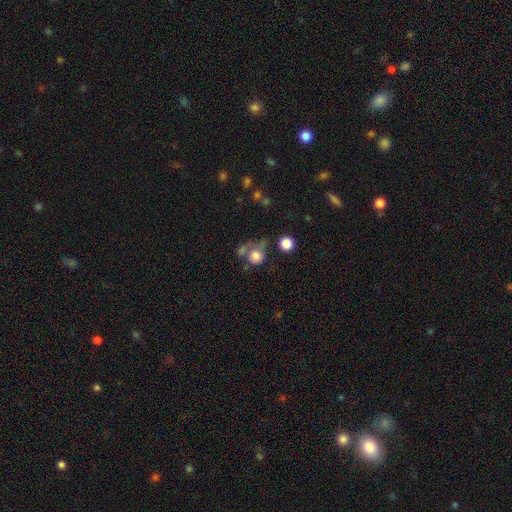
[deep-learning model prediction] smooth 75%, featured or disk 14%, star or artifact 12%. Down the decision tree: how rounded — round (83%); merging — none (41%).